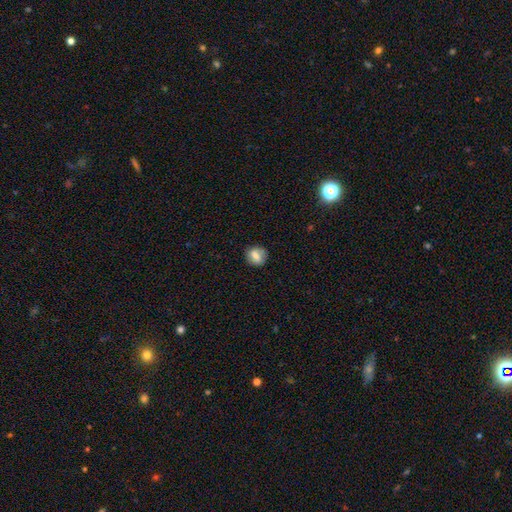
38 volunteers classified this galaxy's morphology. Smooth or featured? 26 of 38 (68%) said smooth. How rounded? 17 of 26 (65%) said round. Merging? 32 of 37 (86%) said none.